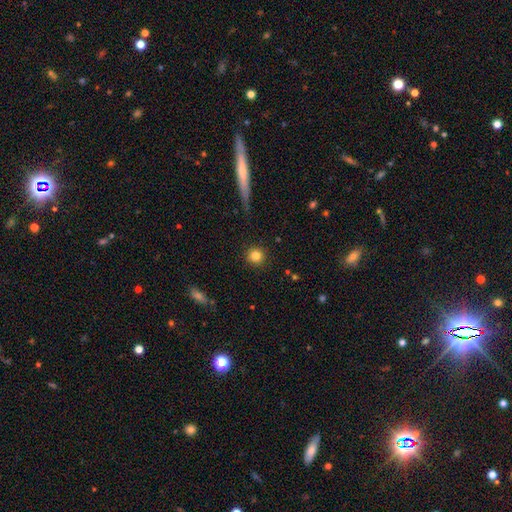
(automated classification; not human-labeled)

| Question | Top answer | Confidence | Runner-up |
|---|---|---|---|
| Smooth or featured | smooth | 83% | star or artifact (11%) |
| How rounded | round | 94% | in between (5%) |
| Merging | none | 90% | minor disturbance (6%) |